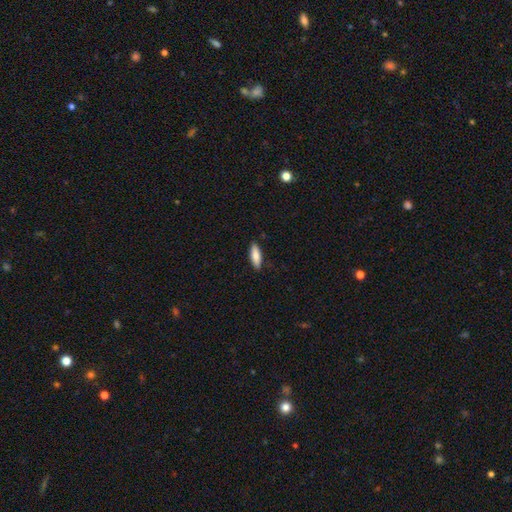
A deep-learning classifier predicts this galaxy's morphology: smooth_or_featured: smooth (p=0.80) [alt: featured or disk p=0.14]
how_rounded: cigar-shaped (p=0.52) [alt: in between p=0.46]
merging: none (p=0.87) [alt: minor disturbance p=0.10]